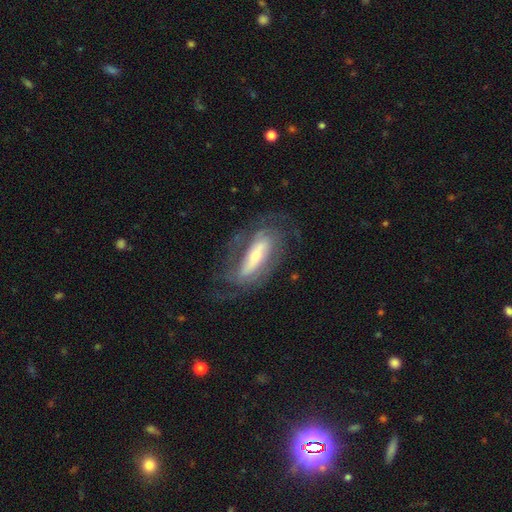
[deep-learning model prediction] Overall: featured or disk (77%). Edge-on disk: no (83%). Bar: strong (53%; weak 24%). Spiral arms: yes (85%). Spiral arm count: 2 (58%; can't tell 26%). Spiral winding: tight (43%; medium 39%). Bulge size: small (48%; moderate 36%). Merging: none (65%).